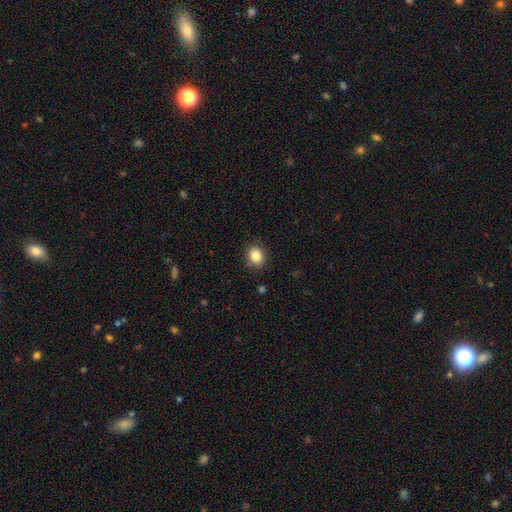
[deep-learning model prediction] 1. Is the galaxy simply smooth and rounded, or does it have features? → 85% smooth, 10% star or artifact, 5% featured or disk.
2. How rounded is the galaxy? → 60% round, 39% in between, 1% cigar-shaped.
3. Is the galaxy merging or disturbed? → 87% none, 10% minor disturbance, 3% major disturbance, 1% merger.